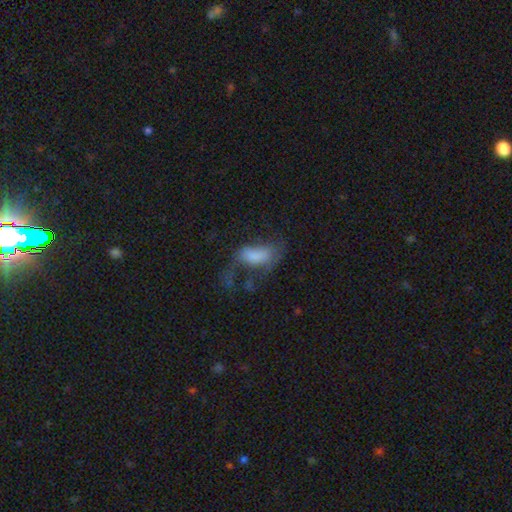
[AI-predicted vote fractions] smooth_or_featured: smooth (p=0.53) [alt: featured or disk p=0.36]
how_rounded: in between (p=0.88) [alt: cigar-shaped p=0.07]
merging: major disturbance (p=0.55) [alt: none p=0.21]